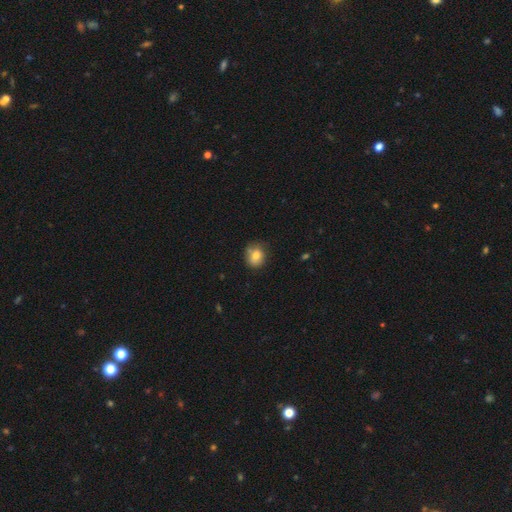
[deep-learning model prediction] Smooth or featured: smooth — 78% (featured or disk — 12%)
How rounded: round — 66% (in between — 33%)
Merging: none — 68% (minor disturbance — 22%)